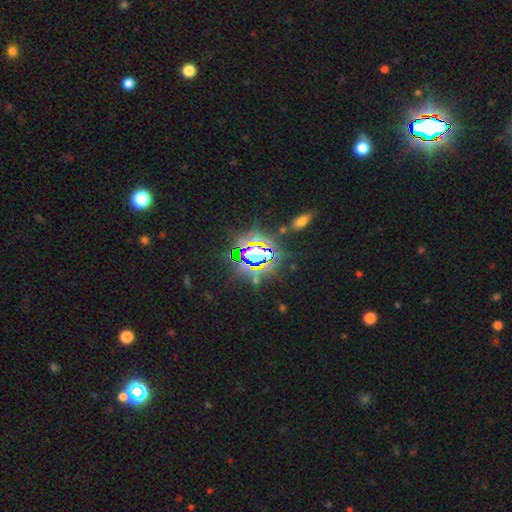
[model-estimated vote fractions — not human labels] Smooth or featured?
  - star or artifact: 72% *
  - smooth: 16%
  - featured or disk: 12%